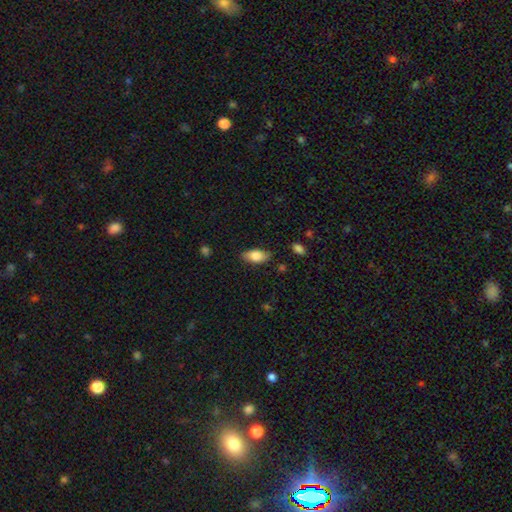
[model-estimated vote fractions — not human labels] Q: Smooth or featured?
A: smooth (80%); runner-up: featured or disk (13%)
Q: How rounded?
A: in between (89%); runner-up: cigar-shaped (7%)
Q: Merging?
A: none (80%); runner-up: minor disturbance (15%)